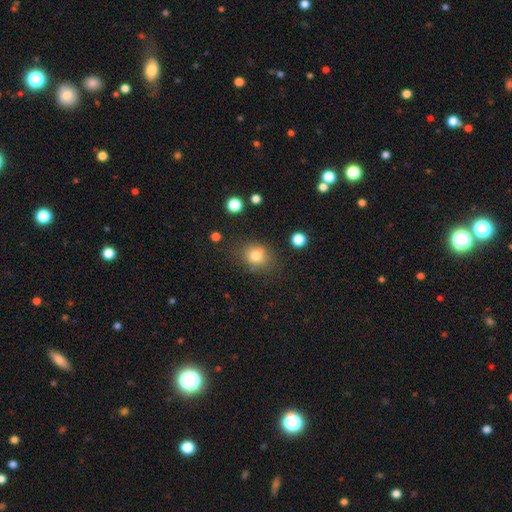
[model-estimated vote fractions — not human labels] smooth 77%, star or artifact 13%, featured or disk 10%. Down the decision tree: how rounded — round (65%); merging — none (70%).